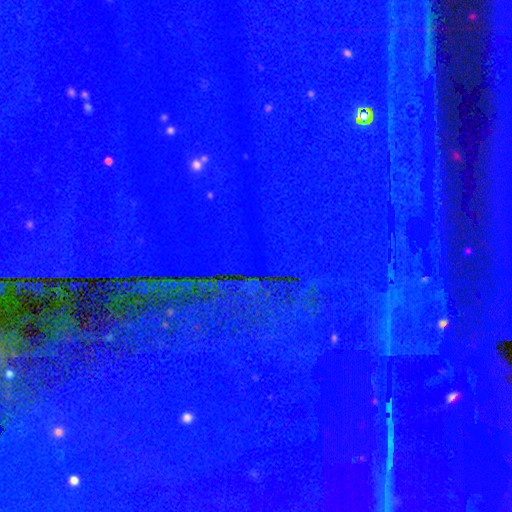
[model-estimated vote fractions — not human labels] A star or artifact, not a galaxy (89%).